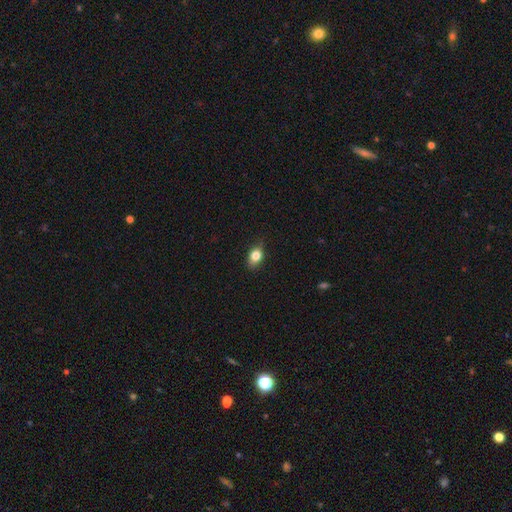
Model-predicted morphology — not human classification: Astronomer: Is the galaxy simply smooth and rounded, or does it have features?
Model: smooth — 80%.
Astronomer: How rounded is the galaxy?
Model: in between — 75%.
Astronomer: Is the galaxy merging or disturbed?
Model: none — 80%.